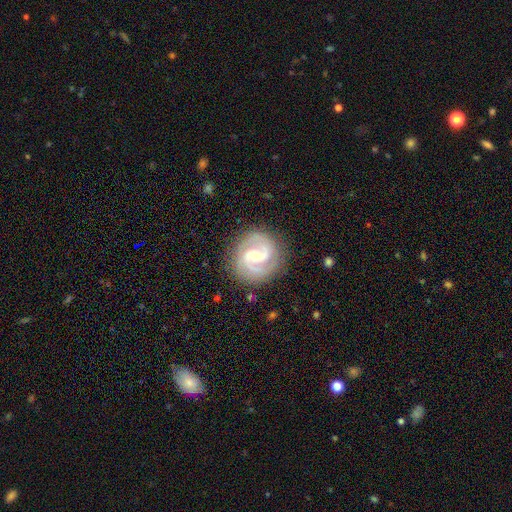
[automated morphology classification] This appears to be a featured or disk galaxy (90%) with a weak bar (48%), 2 (87%) medium (51%) spiral arms (98%) and a moderate central bulge (51%). Merging: none (85%).